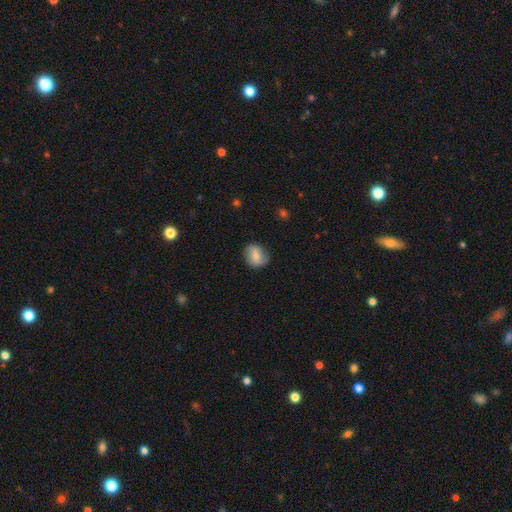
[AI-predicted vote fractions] The model was most divided on "how rounded": round: 56%, in between: 43%, cigar-shaped: 1%. More confident: merging — none (76%); smooth or featured — smooth (67%).